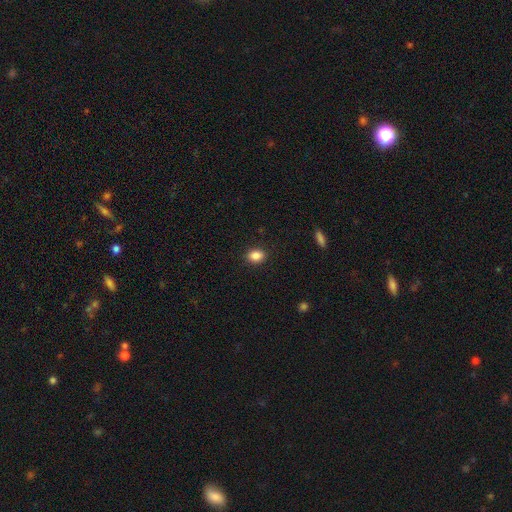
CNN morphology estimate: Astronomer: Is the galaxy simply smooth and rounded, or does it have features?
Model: smooth — 87%.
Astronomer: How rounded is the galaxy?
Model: in between — 63%.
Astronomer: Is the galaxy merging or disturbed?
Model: none — 90%.